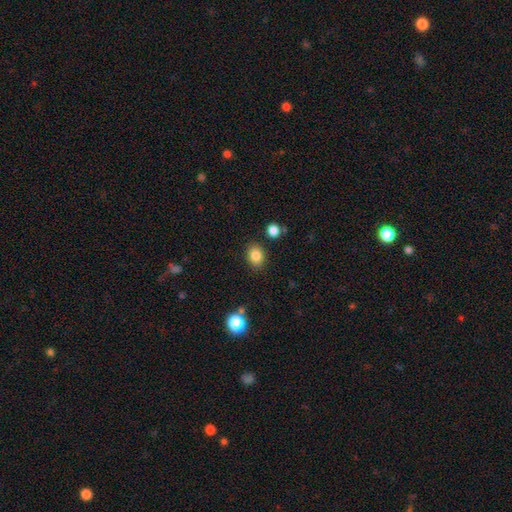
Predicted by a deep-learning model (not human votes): Overall: smooth (85%). How rounded: in between (52%; round 47%). Merging: none (85%).